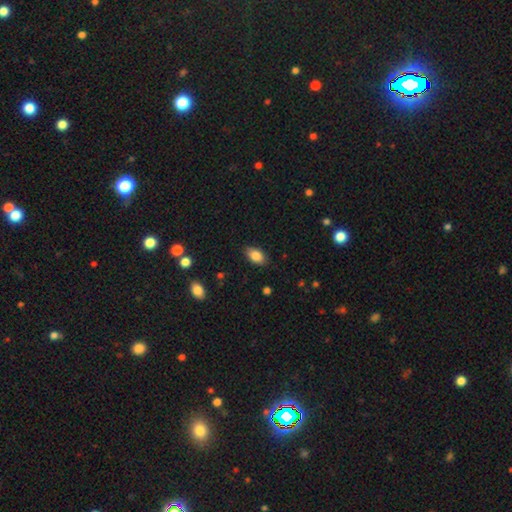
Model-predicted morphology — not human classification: smooth_or_featured: smooth (p=0.85) [alt: star or artifact p=0.08]
how_rounded: in between (p=0.90) [alt: round p=0.07]
merging: none (p=0.86) [alt: minor disturbance p=0.10]